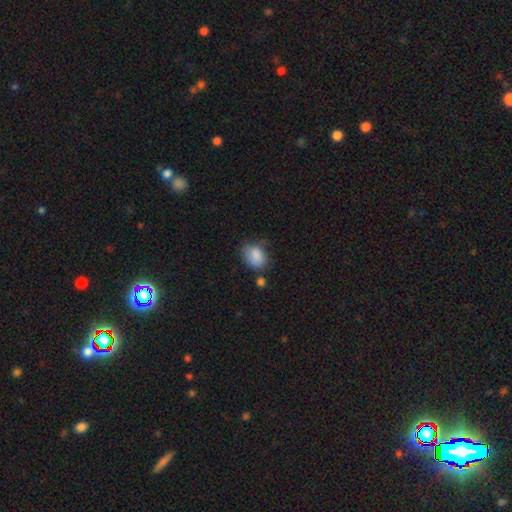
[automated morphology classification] Smooth or featured? Predicted: smooth (p=0.85). How rounded? Predicted: in between (p=0.74). Merging? Predicted: none (p=0.55).